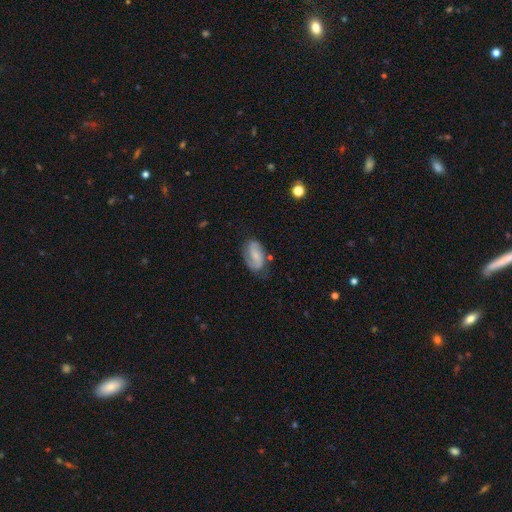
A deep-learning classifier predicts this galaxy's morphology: Smooth or featured? featured or disk (64%)
Edge-on disk? no (97%)
Bar? no (44%)
Spiral arms? yes (92%)
Spiral winding? medium (43%)
Spiral arm count? 2 (82%)
Bulge size? small (45%)
Merging? none (67%)